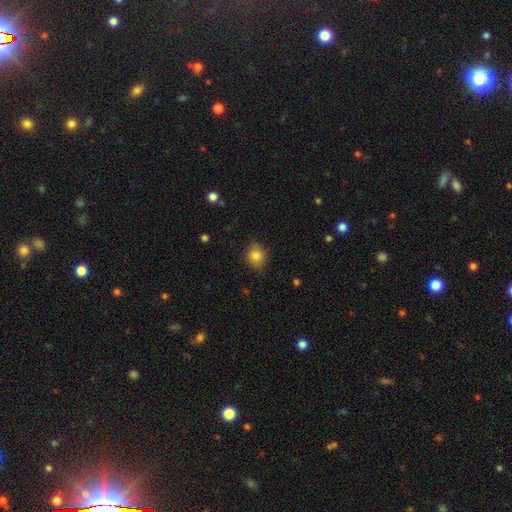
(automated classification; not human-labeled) A smooth galaxy with no disk features (83%) that is round (66%).

Vote fractions:
- Smooth or featured? smooth: 83% / star or artifact: 10% / featured or disk: 7%
- How rounded? round: 66% / in between: 33% / cigar-shaped: 1%
- Merging? none: 79% / minor disturbance: 17% / major disturbance: 3% / merger: 1%